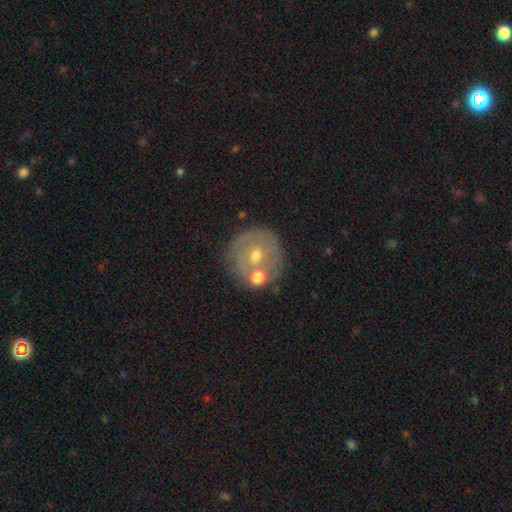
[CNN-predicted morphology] featured or disk 51%, smooth 40%, star or artifact 10%. Down the decision tree: edge-on disk — no (96%); merging — none (65%).